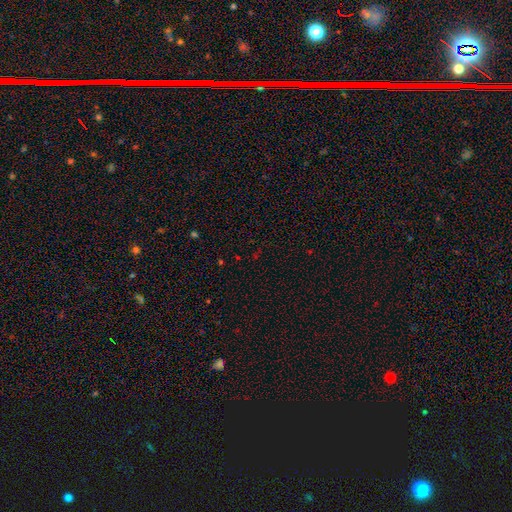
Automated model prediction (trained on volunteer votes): Smooth or featured? Predicted: star or artifact (p=0.67).